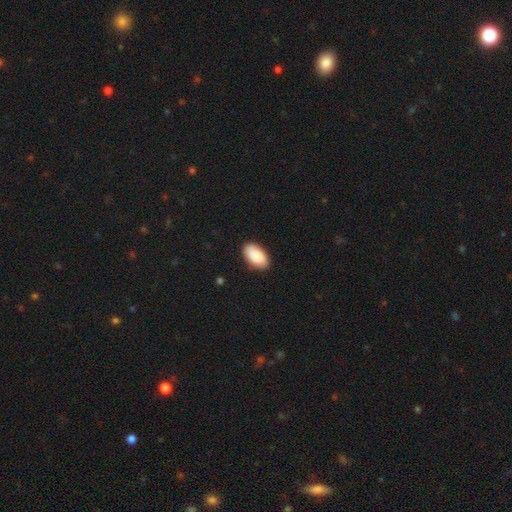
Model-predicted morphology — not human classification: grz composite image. It shows a smooth galaxy with no disk features (89%) that is in between round and cigar-shaped (95%). Merging: none (87%).